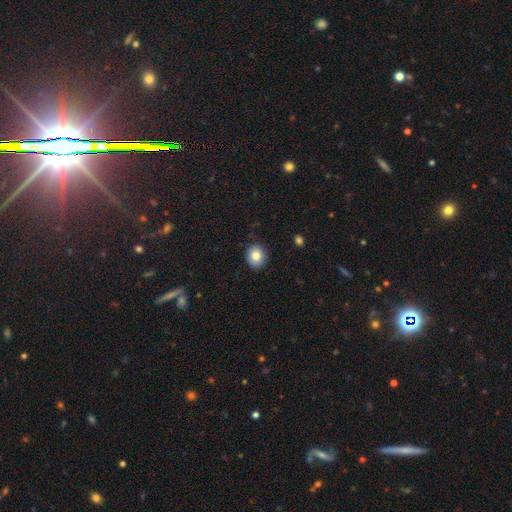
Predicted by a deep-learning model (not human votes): Smooth or featured? smooth (84%)
How rounded? round (69%)
Merging? none (86%)